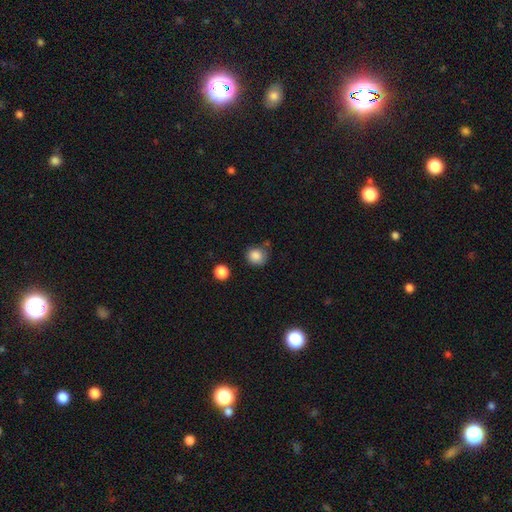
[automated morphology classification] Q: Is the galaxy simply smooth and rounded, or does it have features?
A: smooth — 86%.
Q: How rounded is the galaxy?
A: round — 86%.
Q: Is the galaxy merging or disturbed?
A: none — 72%.